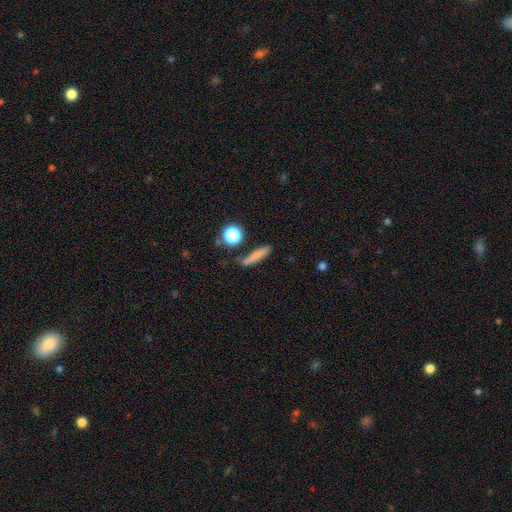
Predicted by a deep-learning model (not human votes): Smooth or featured? Predicted: smooth (p=0.76). How rounded? Predicted: cigar-shaped (p=0.79). Merging? Predicted: none (p=0.75).